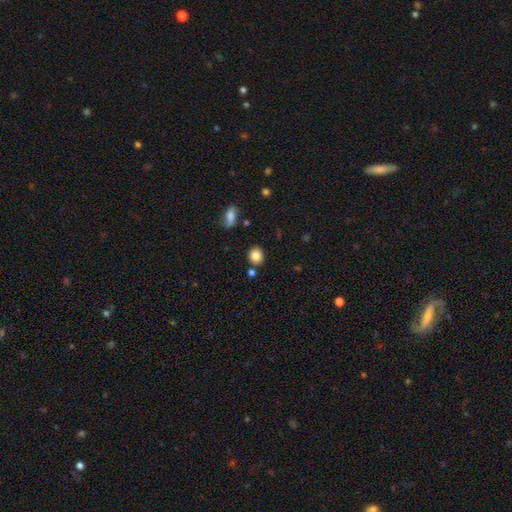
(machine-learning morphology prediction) Smooth or featured: smooth — 84% (star or artifact — 10%)
How rounded: round — 70% (in between — 29%)
Merging: none — 83% (minor disturbance — 9%)